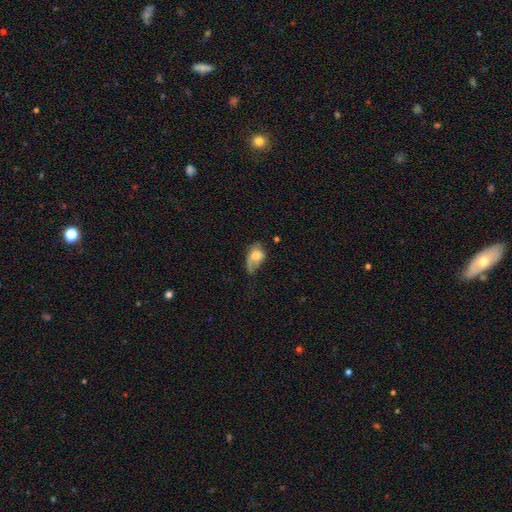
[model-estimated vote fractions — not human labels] Overall: smooth (60%; featured or disk 31%). How rounded: in between (78%). Merging: major disturbance (39%; minor disturbance 31%).